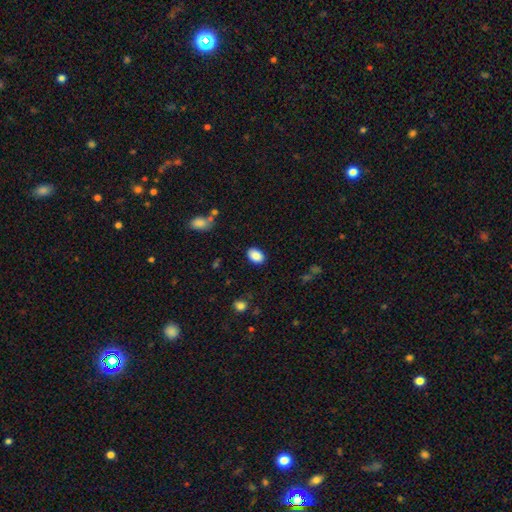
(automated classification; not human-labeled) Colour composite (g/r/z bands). It shows a smooth galaxy with no disk features (89%) that is in between round and cigar-shaped (85%). Merging: none (87%).